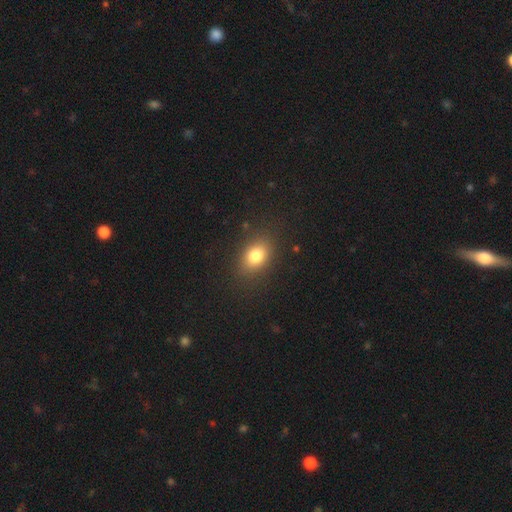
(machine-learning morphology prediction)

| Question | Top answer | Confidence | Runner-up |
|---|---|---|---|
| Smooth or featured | smooth | 79% | star or artifact (11%) |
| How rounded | in between | 69% | round (29%) |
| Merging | none | 84% | minor disturbance (11%) |